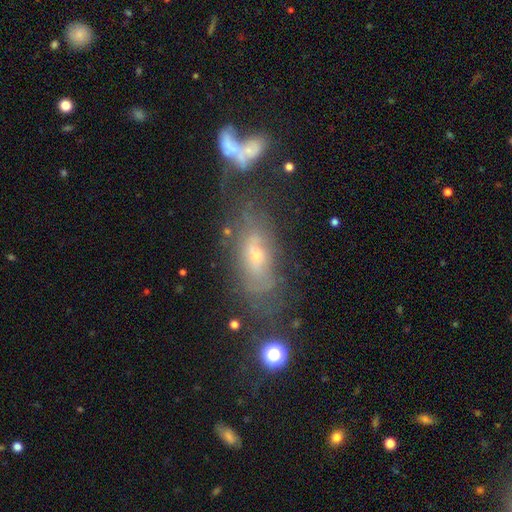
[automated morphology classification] Overall: featured or disk (54%; smooth 34%). Edge-on disk: no (82%). Merging: none (47%; minor disturbance 22%).